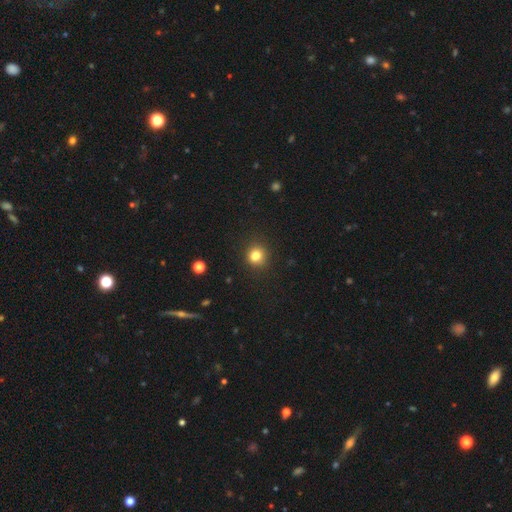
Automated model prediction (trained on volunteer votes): Smooth or featured: smooth — 82% (star or artifact — 13%)
How rounded: round — 83% (in between — 16%)
Merging: none — 88% (minor disturbance — 8%)